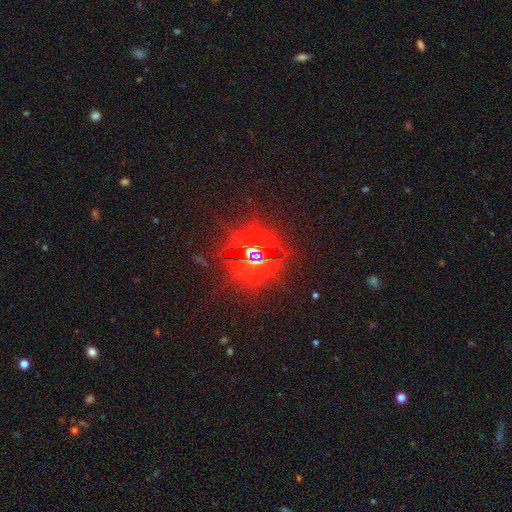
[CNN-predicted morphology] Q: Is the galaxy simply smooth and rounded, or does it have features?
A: star or artifact — 82%.